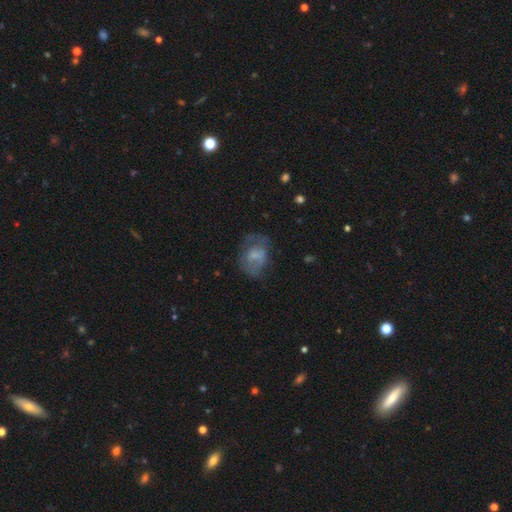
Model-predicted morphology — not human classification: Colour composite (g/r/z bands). It shows a smooth galaxy with no disk features (51%) that is in between round and cigar-shaped (66%). Merging: none (45%).